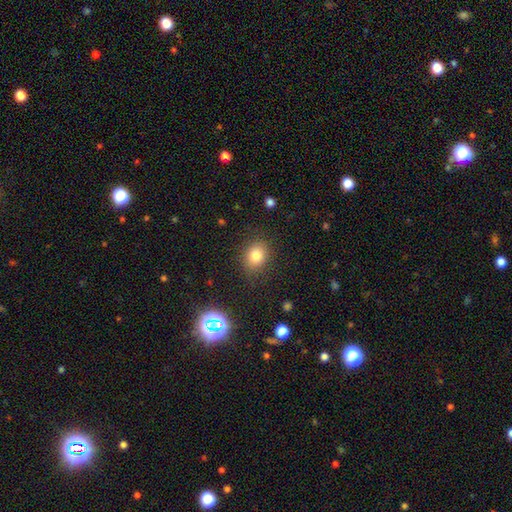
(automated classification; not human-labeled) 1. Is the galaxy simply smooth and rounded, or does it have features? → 79% smooth, 13% star or artifact, 8% featured or disk.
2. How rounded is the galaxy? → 57% round, 42% in between, 1% cigar-shaped.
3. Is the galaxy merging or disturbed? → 83% none, 12% minor disturbance, 4% major disturbance, 1% merger.